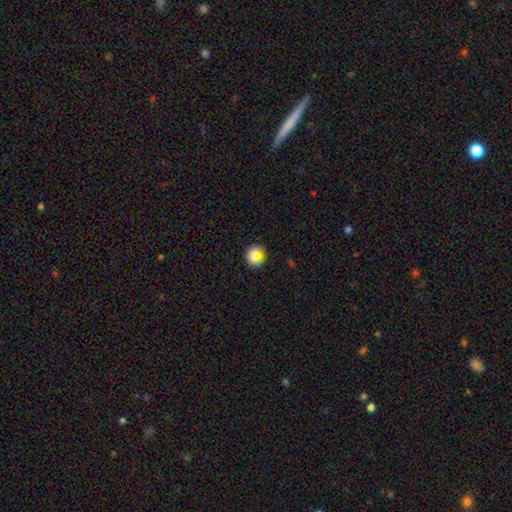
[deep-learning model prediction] A smooth galaxy with no disk features (74%) that is round (89%). Merging: none (83%).